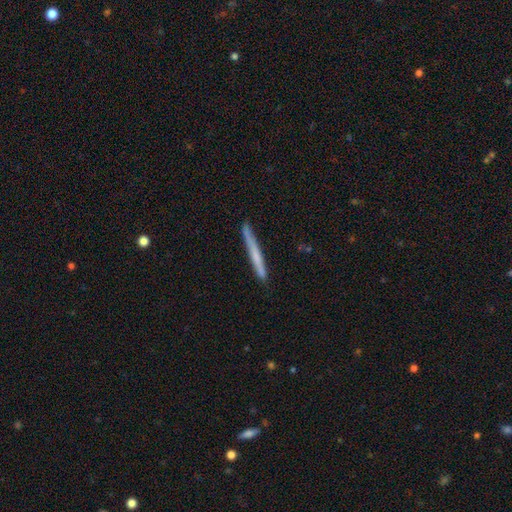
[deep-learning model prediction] smooth 56%, featured or disk 39%, star or artifact 6%. Down the decision tree: how rounded — cigar-shaped (97%); merging — none (85%).